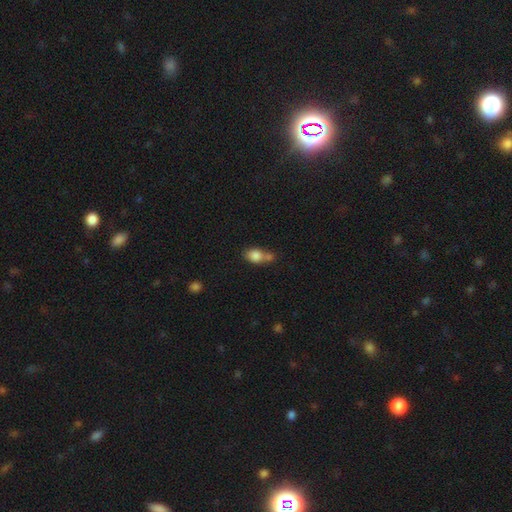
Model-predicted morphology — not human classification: This is clearly a smooth galaxy (82%). How rounded: possibly in between (58%). Merging: possibly merger (47%).